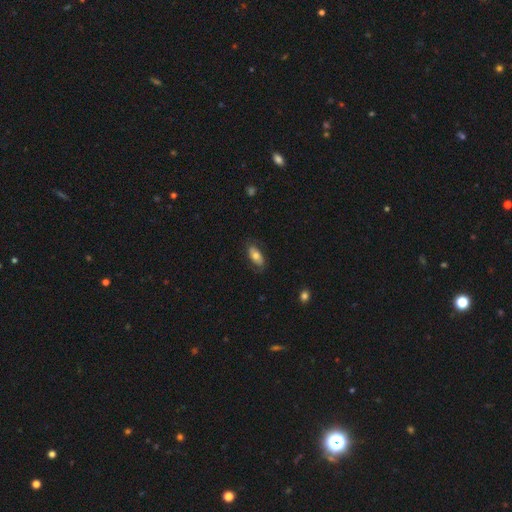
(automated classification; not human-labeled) smooth_or_featured: smooth (p=0.64) [alt: featured or disk p=0.29]
how_rounded: in between (p=0.90) [alt: cigar-shaped p=0.06]
merging: none (p=0.75) [alt: minor disturbance p=0.18]